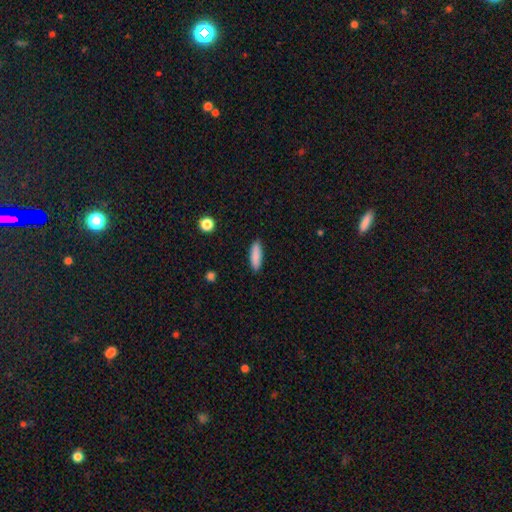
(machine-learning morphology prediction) Smooth or featured? smooth (87%)
How rounded? cigar-shaped (56%)
Merging? none (89%)